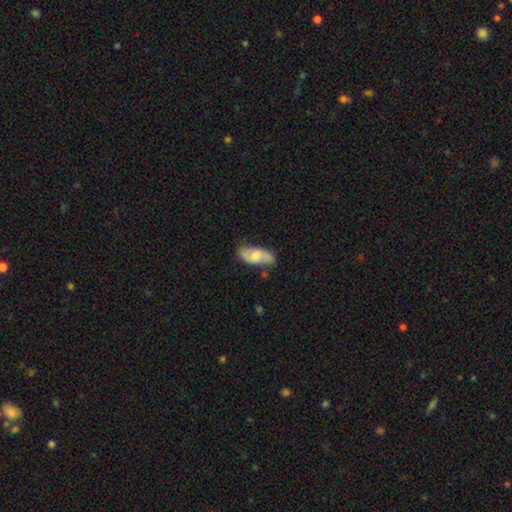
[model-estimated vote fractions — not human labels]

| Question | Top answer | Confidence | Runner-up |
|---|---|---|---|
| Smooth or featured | featured or disk | 49% | smooth (45%) |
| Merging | none | 74% | minor disturbance (19%) |